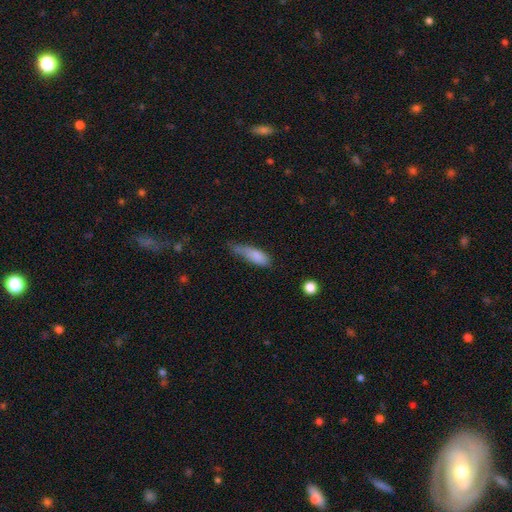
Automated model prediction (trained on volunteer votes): smooth 82%, featured or disk 10%, star or artifact 7%. Down the decision tree: how rounded — in between (55%); merging — minor disturbance (45%).